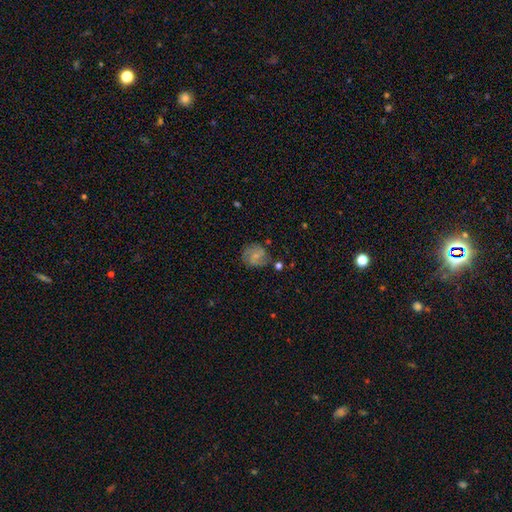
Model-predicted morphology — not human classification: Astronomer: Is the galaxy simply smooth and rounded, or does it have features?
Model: featured or disk — 48% (runner-up: smooth, 43%).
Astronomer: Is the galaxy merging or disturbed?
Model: none — 66%.